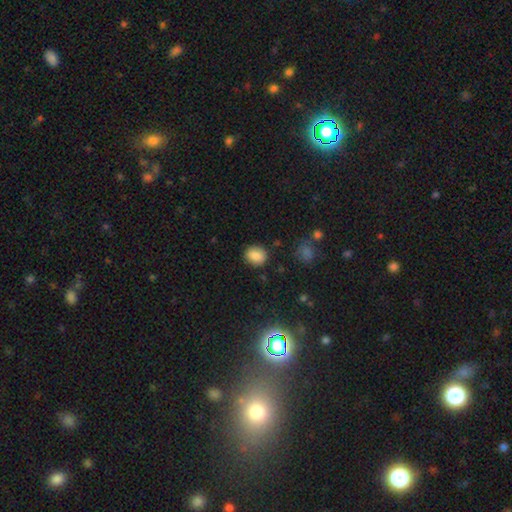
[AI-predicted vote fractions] A smooth galaxy with no disk features (85%) that is round (59%). Merging: none (82%).